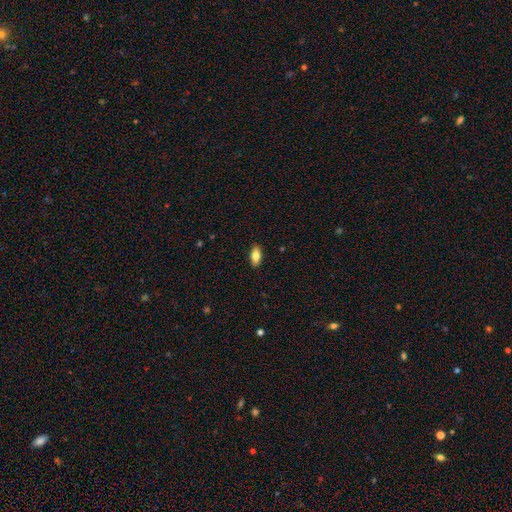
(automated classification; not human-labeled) Smooth or featured? smooth (81%)
How rounded? in between (87%)
Merging? none (89%)